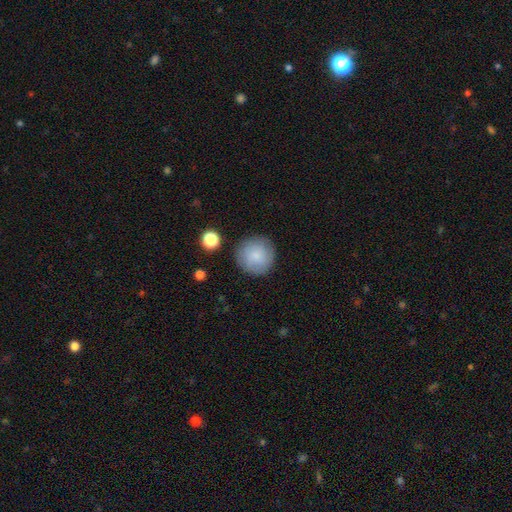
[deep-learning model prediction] Smooth or featured? smooth (80%)
How rounded? round (95%)
Merging? none (85%)